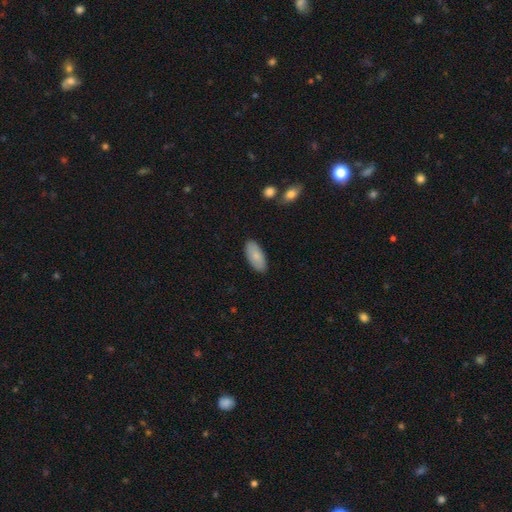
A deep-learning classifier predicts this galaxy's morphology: smooth 83%, featured or disk 11%, star or artifact 6%. Down the decision tree: how rounded — in between (89%); merging — none (87%).